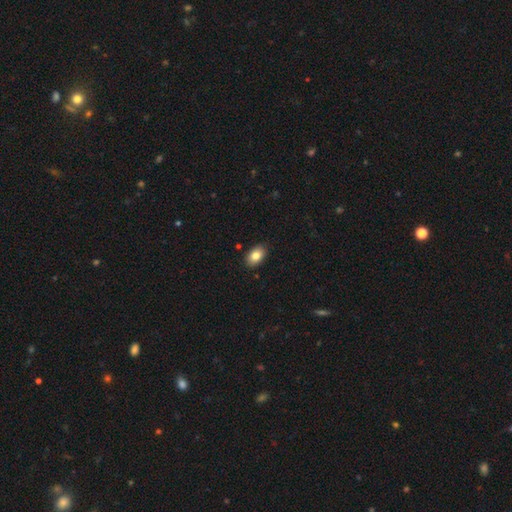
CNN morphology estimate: This appears to be a smooth galaxy with no disk features (83%) that is in between round and cigar-shaped (90%). Merging: none (88%).